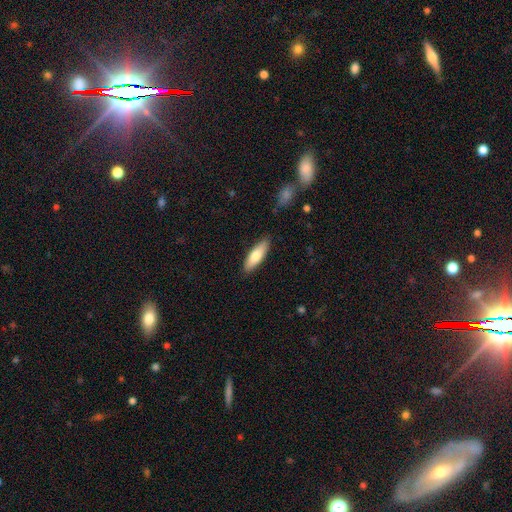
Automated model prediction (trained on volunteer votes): This appears to be a smooth galaxy with no disk features (75%) that is in between round and cigar-shaped (51%). Merging: none (87%).